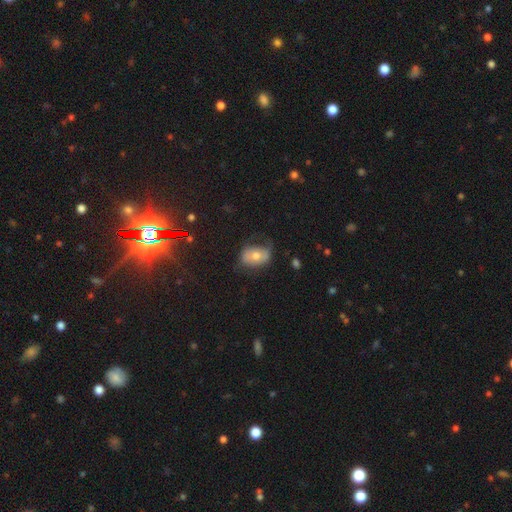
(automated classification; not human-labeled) Q: Smooth or featured?
A: smooth (51%); runner-up: featured or disk (35%)
Q: How rounded?
A: in between (76%); runner-up: round (23%)
Q: Merging?
A: none (57%); runner-up: minor disturbance (27%)